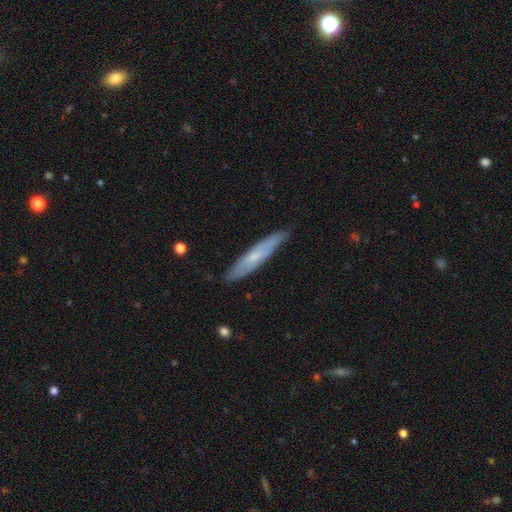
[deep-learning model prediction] Q: Smooth or featured?
A: smooth (53%); runner-up: featured or disk (42%)
Q: How rounded?
A: cigar-shaped (90%); runner-up: in between (8%)
Q: Merging?
A: none (84%); runner-up: minor disturbance (13%)